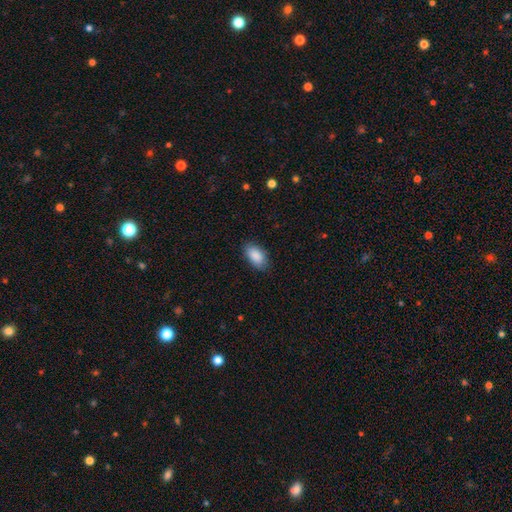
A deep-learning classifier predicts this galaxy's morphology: Smooth or featured?
  - smooth: 89% *
  - star or artifact: 6%
  - featured or disk: 5%
How rounded?
  - in between: 94% *
  - round: 4%
  - cigar-shaped: 2%
Merging?
  - none: 84% *
  - minor disturbance: 13%
  - major disturbance: 3%
  - merger: 1%